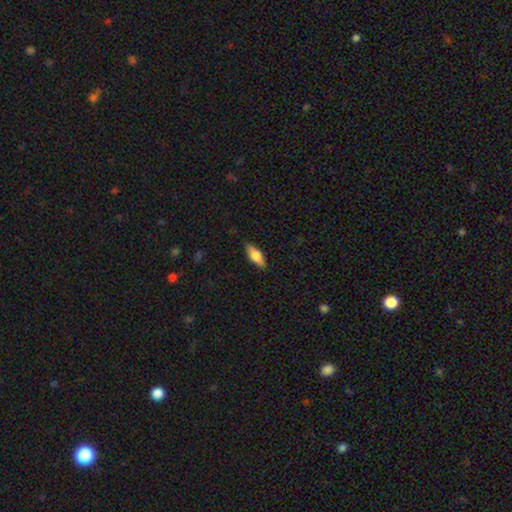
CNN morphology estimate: Smooth or featured: smooth — 58% (featured or disk — 35%)
How rounded: in between — 66% (cigar-shaped — 31%)
Merging: none — 87% (minor disturbance — 10%)